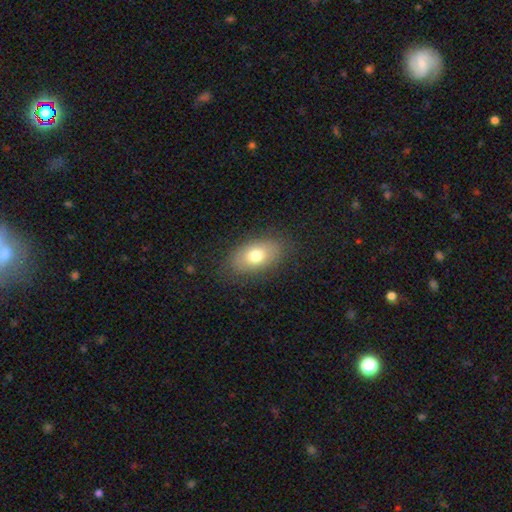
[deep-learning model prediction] smooth 74%, featured or disk 18%, star or artifact 9%. Down the decision tree: how rounded — in between (88%); merging — none (82%).